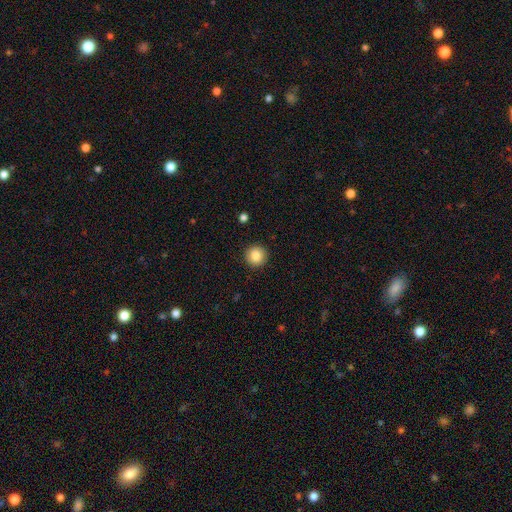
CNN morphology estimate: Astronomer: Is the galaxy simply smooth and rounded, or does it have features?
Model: smooth — 86%.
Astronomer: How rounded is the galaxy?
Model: round — 95%.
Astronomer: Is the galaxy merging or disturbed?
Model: none — 92%.